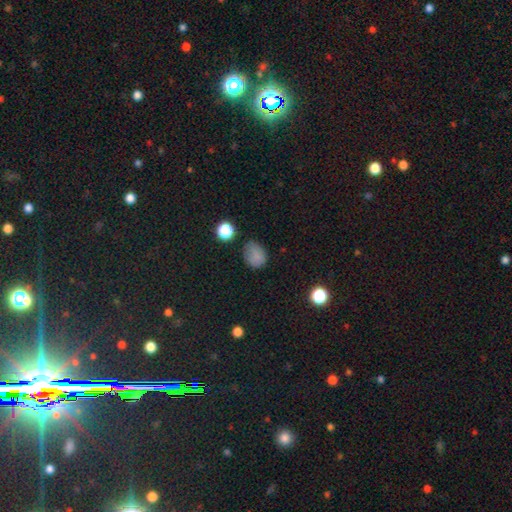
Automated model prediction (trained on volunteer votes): smooth-or-featured: smooth: 77% | star or artifact: 16% | featured or disk: 7%
  how-rounded: in between: 50% | round: 49% | cigar-shaped: 1%
  merging: none: 65% | minor disturbance: 25% | major disturbance: 7% | merger: 3%